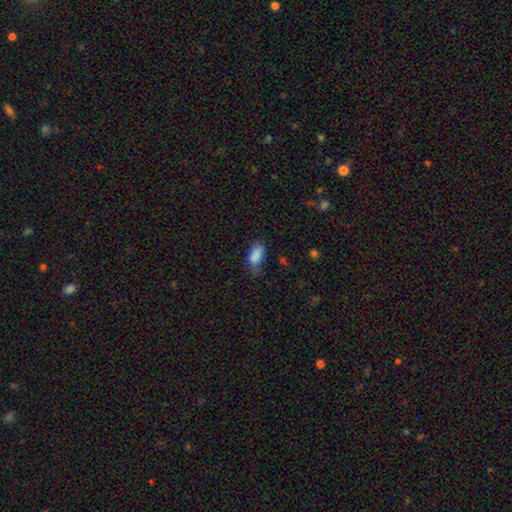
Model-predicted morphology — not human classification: The model was most divided on "merging": none: 46%, minor disturbance: 35%, major disturbance: 15%, merger: 3%. More confident: how rounded — in between (87%); smooth or featured — smooth (84%).